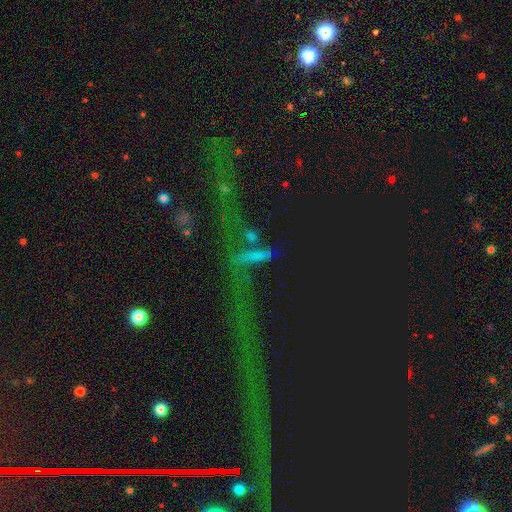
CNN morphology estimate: Smooth or featured: star or artifact — 39% (smooth — 37%)